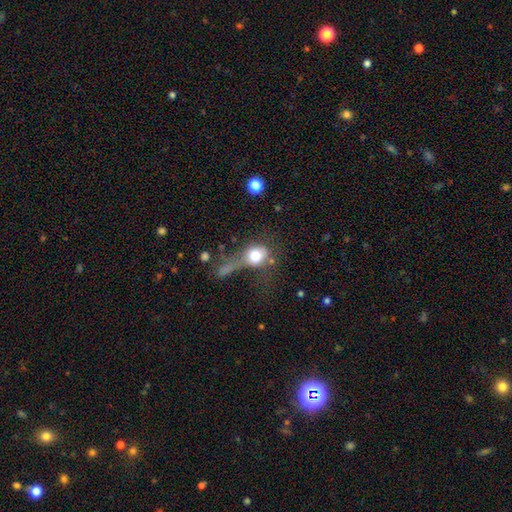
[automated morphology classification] A smooth galaxy with no disk features (72%) that is round (61%). Merging: major disturbance (38%).